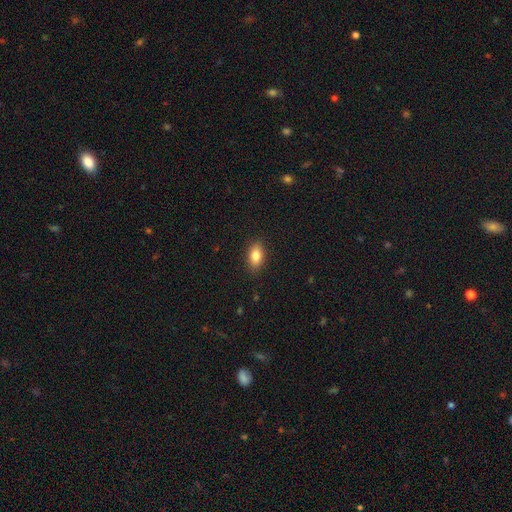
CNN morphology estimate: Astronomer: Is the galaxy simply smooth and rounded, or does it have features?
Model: smooth — 83%.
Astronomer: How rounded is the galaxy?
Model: in between — 89%.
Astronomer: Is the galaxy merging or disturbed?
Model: none — 88%.